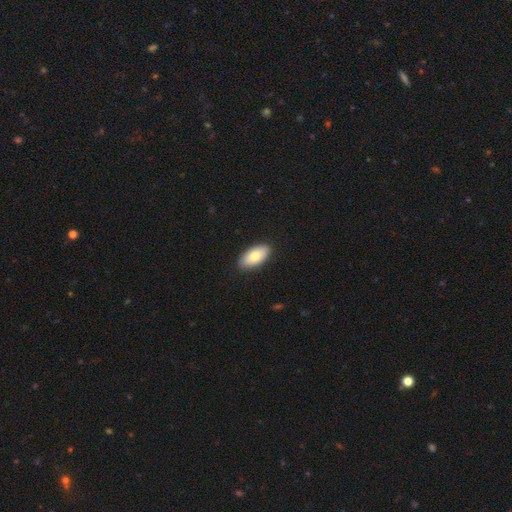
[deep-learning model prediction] Smooth or featured?
  - smooth: 79% *
  - featured or disk: 15%
  - star or artifact: 6%
How rounded?
  - in between: 94% *
  - cigar-shaped: 3%
  - round: 2%
Merging?
  - none: 89% *
  - minor disturbance: 9%
  - major disturbance: 2%
  - merger: 1%